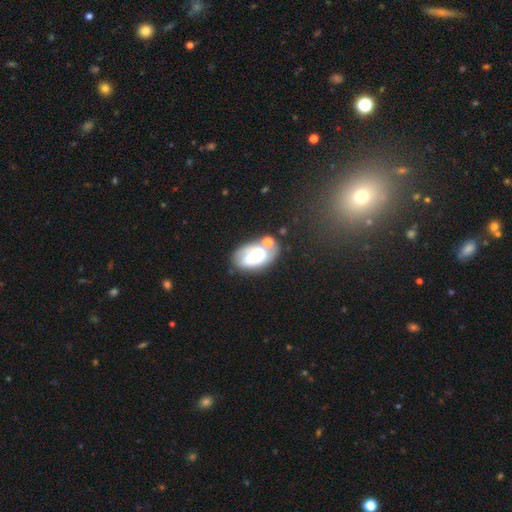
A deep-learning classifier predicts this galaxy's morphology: Smooth or featured: featured or disk — 59% (smooth — 32%)
Edge-on disk: no — 96% (yes — 4%)
Bar: no — 59% (weak — 31%)
Spiral arms: yes — 82% (no — 18%)
Bulge size: small — 42% (moderate — 30%)
Merging: none — 46% (merger — 21%)